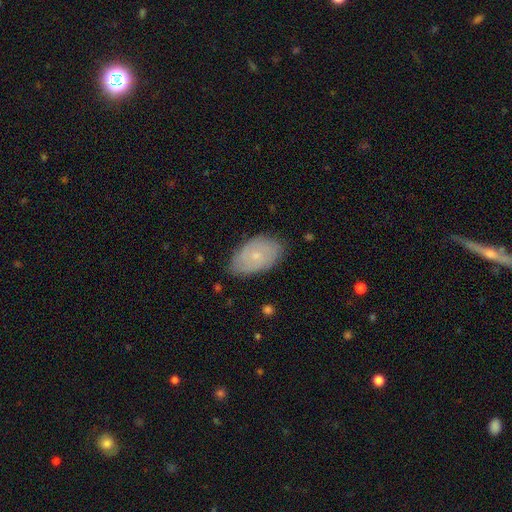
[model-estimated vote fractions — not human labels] Q: Smooth or featured?
A: smooth (49%); runner-up: featured or disk (44%)
Q: Merging?
A: none (74%); runner-up: minor disturbance (21%)